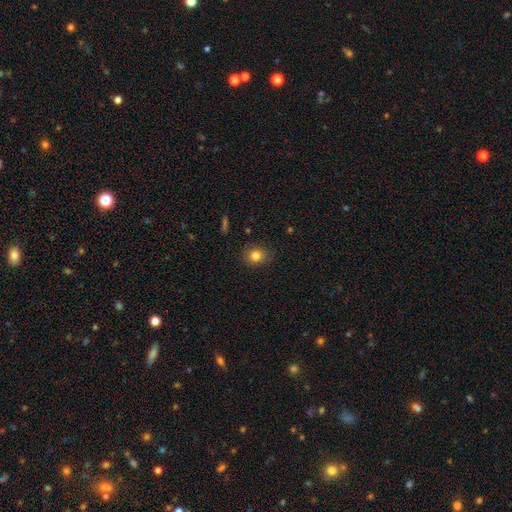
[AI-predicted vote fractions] smooth 80%, star or artifact 12%, featured or disk 8%. Down the decision tree: how rounded — round (69%); merging — none (86%).